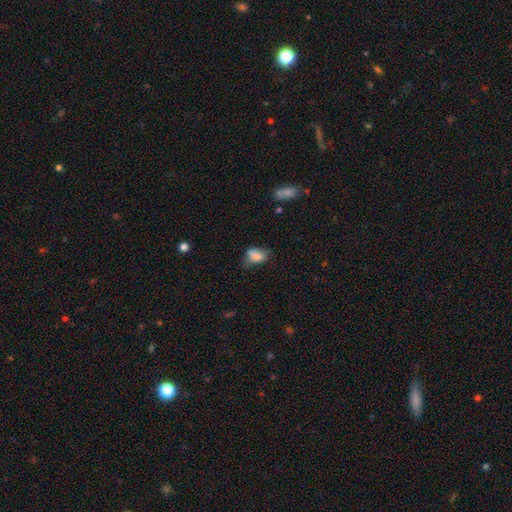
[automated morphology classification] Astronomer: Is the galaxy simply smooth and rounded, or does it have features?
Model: smooth — 78%.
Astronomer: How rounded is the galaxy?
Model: in between — 83%.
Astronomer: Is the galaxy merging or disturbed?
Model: none — 41% (runner-up: minor disturbance, 37%).